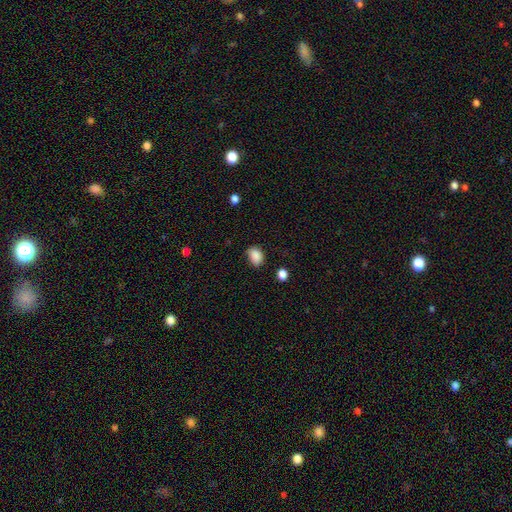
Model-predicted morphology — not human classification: A smooth galaxy with no disk features (87%) that is in between round and cigar-shaped (71%). Merging: none (67%).